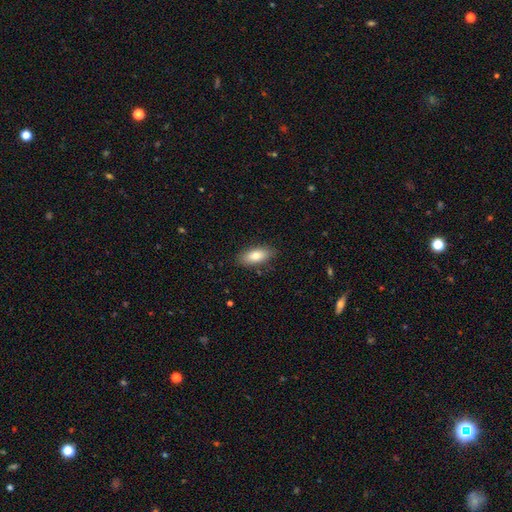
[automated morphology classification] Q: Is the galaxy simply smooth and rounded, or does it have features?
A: smooth — 80%.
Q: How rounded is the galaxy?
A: in between — 84%.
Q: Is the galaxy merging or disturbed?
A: none — 86%.